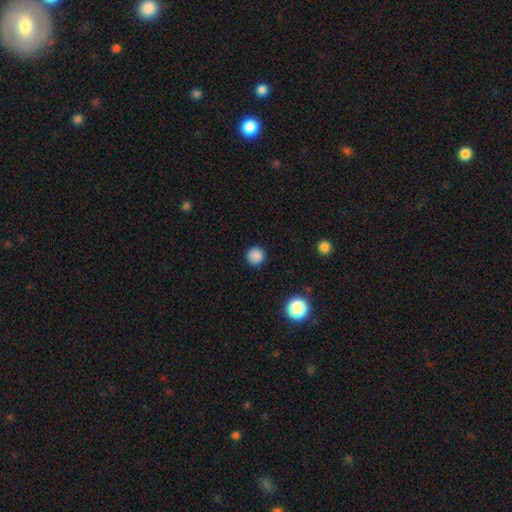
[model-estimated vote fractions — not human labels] The model was most divided on "smooth or featured": smooth: 86%, star or artifact: 11%, featured or disk: 3%. More confident: how rounded — round (95%); merging — none (90%).